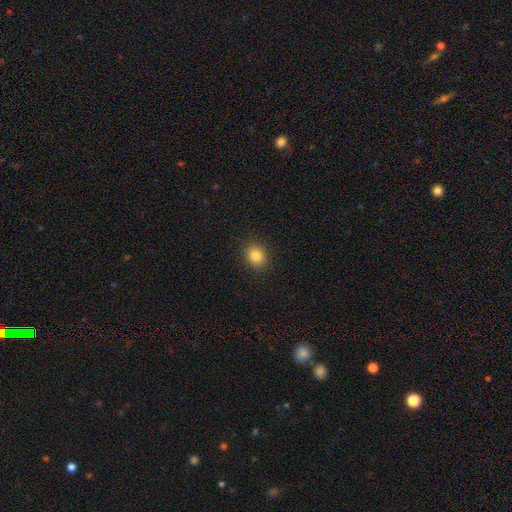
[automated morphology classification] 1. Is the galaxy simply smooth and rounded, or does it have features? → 84% smooth, 11% star or artifact, 6% featured or disk.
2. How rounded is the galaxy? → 64% round, 36% in between, 1% cigar-shaped.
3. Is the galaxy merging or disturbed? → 89% none, 8% minor disturbance, 2% major disturbance, 1% merger.